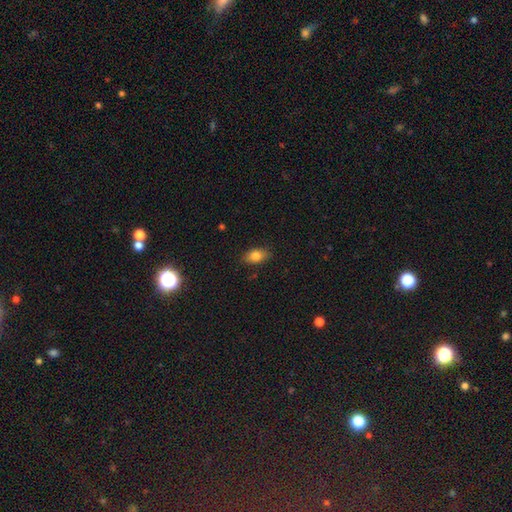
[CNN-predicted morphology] Smooth or featured? smooth (82%)
How rounded? in between (86%)
Merging? none (85%)